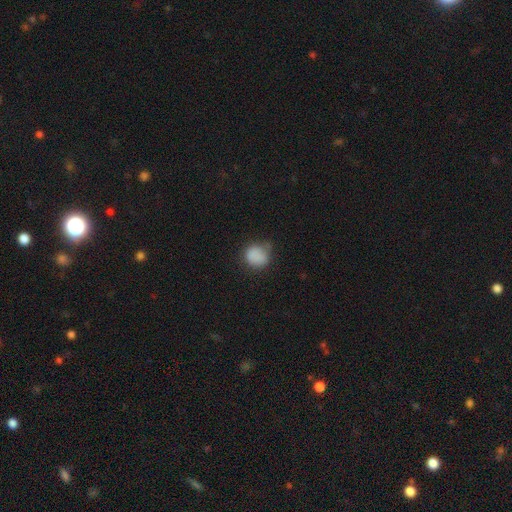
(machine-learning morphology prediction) Q: Smooth or featured?
A: smooth (83%); runner-up: star or artifact (10%)
Q: How rounded?
A: round (77%); runner-up: in between (22%)
Q: Merging?
A: none (56%); runner-up: minor disturbance (31%)